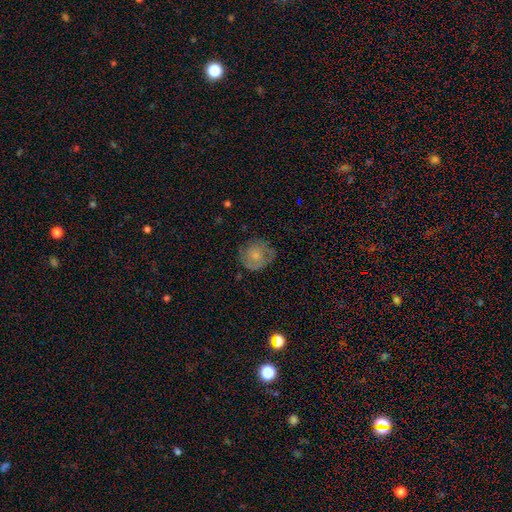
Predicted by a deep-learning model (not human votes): Morphology: type=smooth (51%); roundness=round (80%); merging=none (65%).